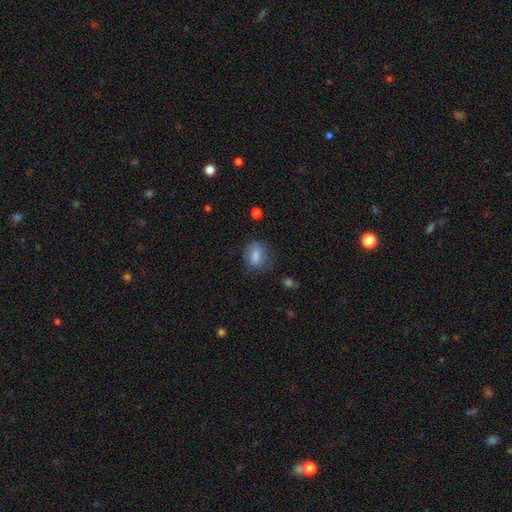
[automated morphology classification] A smooth galaxy with no disk features (80%) that is in between round and cigar-shaped (61%). Merging: none (68%).